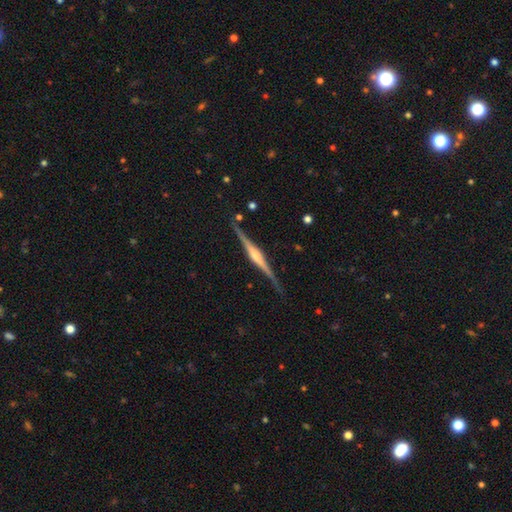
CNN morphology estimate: type=featured or disk (83%); edge-on=yes (98%); edge-on bulge=rounded (73%); merging=none (86%).